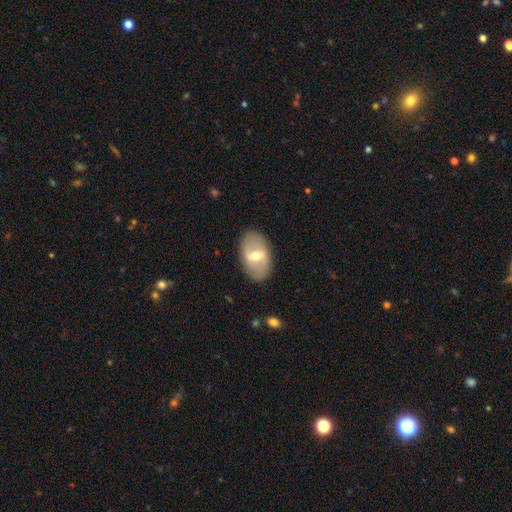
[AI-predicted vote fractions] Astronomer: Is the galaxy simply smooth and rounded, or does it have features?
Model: featured or disk — 58% (runner-up: smooth, 36%).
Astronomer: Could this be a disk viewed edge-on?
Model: no — 91%.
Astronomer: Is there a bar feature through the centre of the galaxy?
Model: weak — 47% (runner-up: strong, 40%).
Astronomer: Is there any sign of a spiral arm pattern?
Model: no — 60% (runner-up: yes, 40%).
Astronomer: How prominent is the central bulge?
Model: moderate — 67%.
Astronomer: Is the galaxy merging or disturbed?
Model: none — 85%.